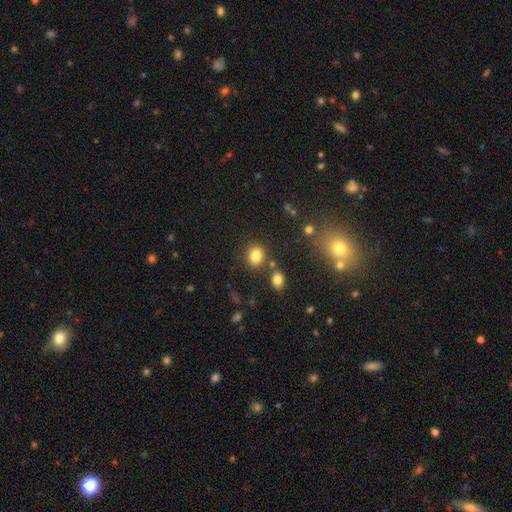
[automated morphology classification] A smooth galaxy with no disk features (82%) that is round (67%). Merging: none (78%).